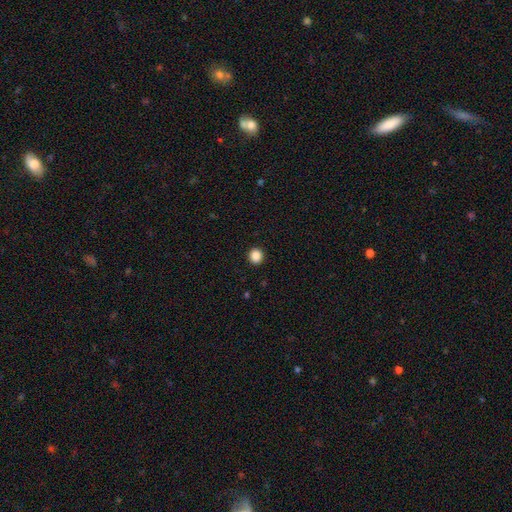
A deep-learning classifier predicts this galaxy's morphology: Smooth or featured? Predicted: smooth (p=0.88). How rounded? Predicted: round (p=0.90). Merging? Predicted: none (p=0.93).